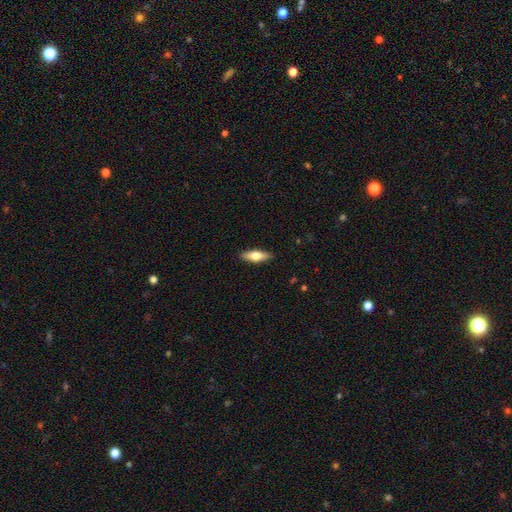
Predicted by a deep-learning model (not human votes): smooth-or-featured: smooth: 59% | featured or disk: 35% | star or artifact: 6%
  how-rounded: in between: 55% | cigar-shaped: 43% | round: 3%
  merging: none: 89% | minor disturbance: 8% | major disturbance: 2% | merger: 1%